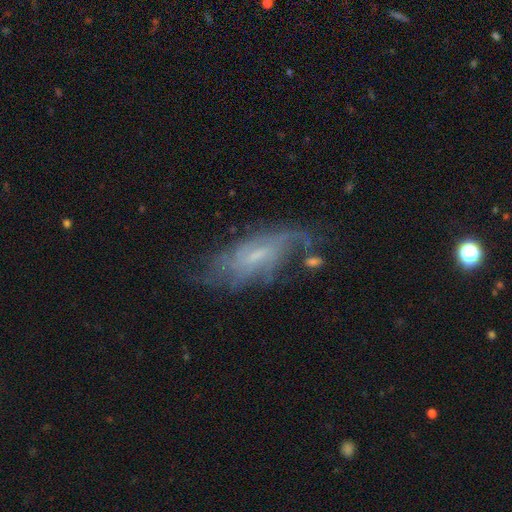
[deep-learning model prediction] This is likely a featured or disk galaxy (71%). It is clearly not viewed edge-on (86%). Bar: possibly weak (47%). Spiral arm pattern: clearly yes (83%). Spiral arm count: possibly can't tell (48%). Spiral winding: marginally medium (39%). Central bulge: possibly small (57%). Merging: possibly none (55%).